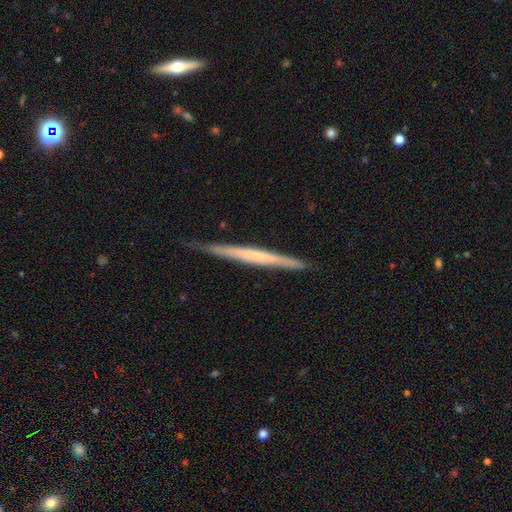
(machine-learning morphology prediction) Smooth or featured?
  - featured or disk: 59% *
  - smooth: 36%
  - star or artifact: 5%
Edge-on disk?
  - yes: 96% *
  - no: 4%
Edge-on bulge?
  - none: 76% *
  - rounded: 16%
  - boxy: 8%
Merging?
  - none: 82% *
  - minor disturbance: 15%
  - major disturbance: 2%
  - merger: 1%